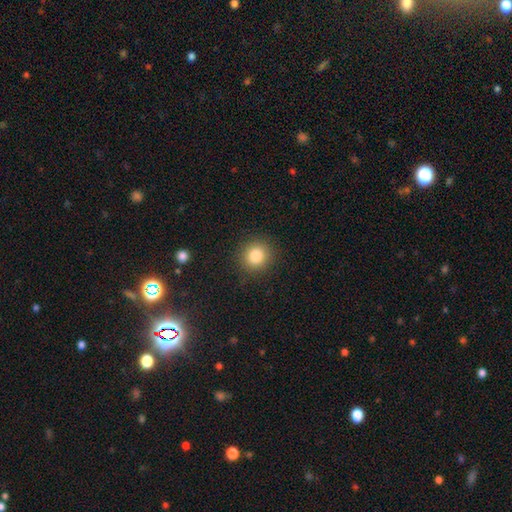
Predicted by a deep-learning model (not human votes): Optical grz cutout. It shows a smooth galaxy with no disk features (82%) that is round (90%). Merging: none (90%).